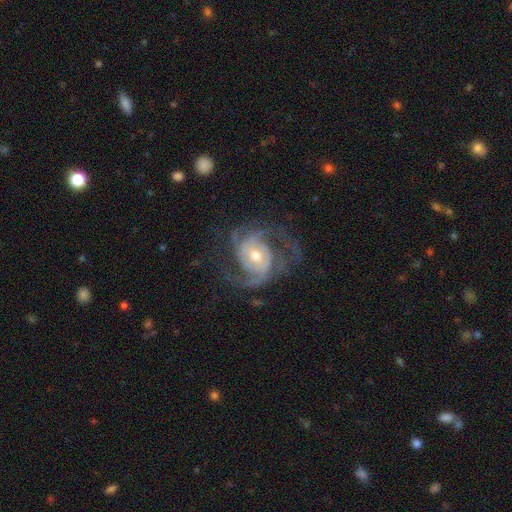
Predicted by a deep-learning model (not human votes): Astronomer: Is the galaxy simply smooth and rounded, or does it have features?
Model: featured or disk — 90%.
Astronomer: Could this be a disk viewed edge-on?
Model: no — 98%.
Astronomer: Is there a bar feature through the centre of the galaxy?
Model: no — 57%.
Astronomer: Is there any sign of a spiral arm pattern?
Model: yes — 97%.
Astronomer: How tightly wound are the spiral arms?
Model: medium — 50% (runner-up: tight, 32%).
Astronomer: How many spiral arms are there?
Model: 2 — 46% (runner-up: 3, 27%).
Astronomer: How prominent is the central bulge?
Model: moderate — 63%.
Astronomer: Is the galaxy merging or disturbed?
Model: none — 65%.